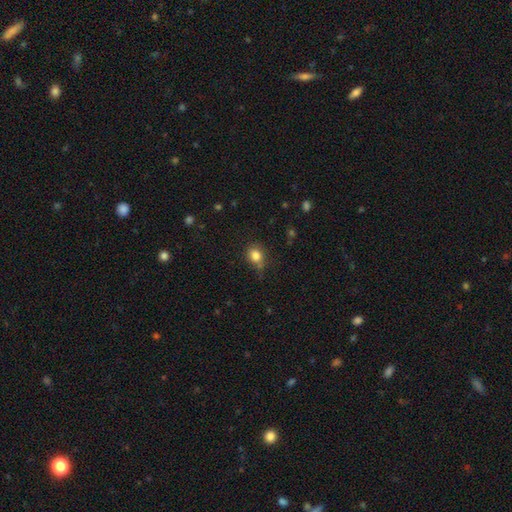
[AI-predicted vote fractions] Smooth or featured? smooth (82%)
How rounded? round (66%)
Merging? none (67%)